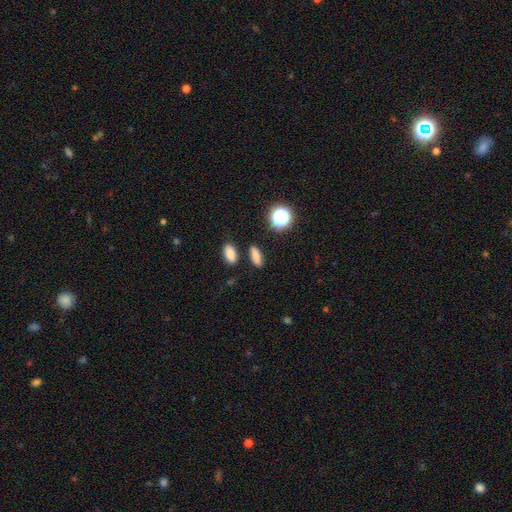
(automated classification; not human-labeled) A smooth galaxy with no disk features (81%) that is in between round and cigar-shaped (63%). Merging: none (84%).